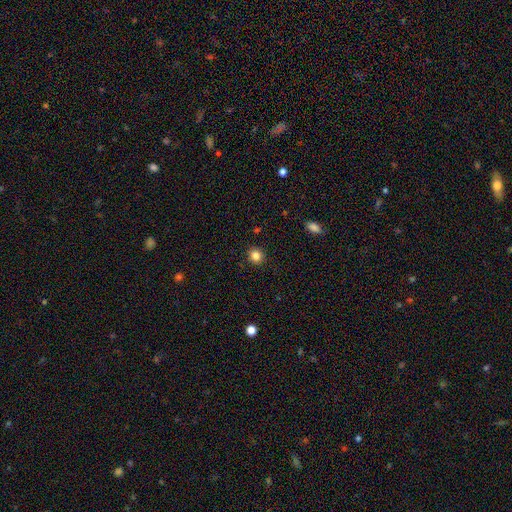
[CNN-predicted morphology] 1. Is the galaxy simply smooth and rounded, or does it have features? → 84% smooth, 11% star or artifact, 5% featured or disk.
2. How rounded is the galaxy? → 88% round, 11% in between, 1% cigar-shaped.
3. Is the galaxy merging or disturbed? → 91% none, 6% minor disturbance, 2% major disturbance, 1% merger.